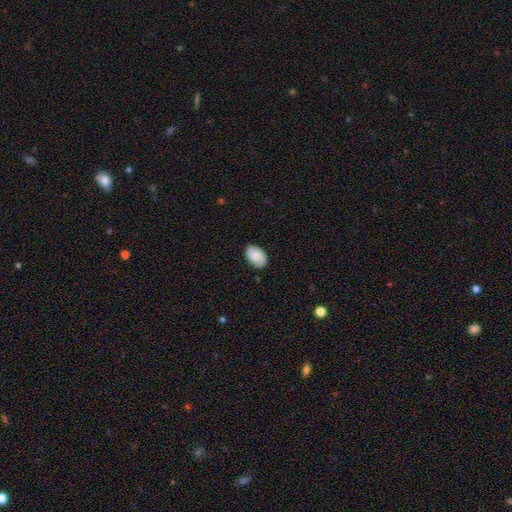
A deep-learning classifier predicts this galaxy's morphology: Smooth or featured: smooth — 81% (featured or disk — 13%)
How rounded: in between — 90% (round — 9%)
Merging: none — 83% (minor disturbance — 14%)